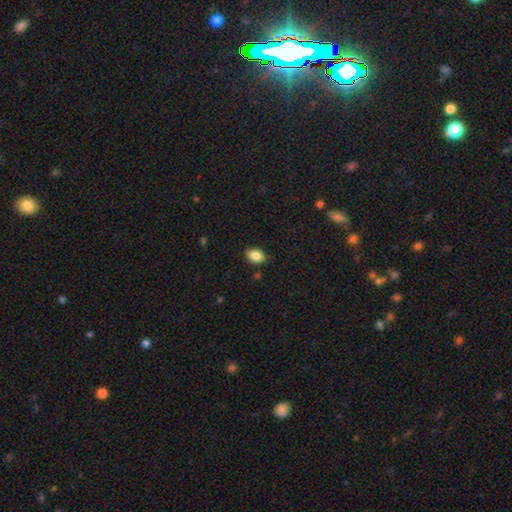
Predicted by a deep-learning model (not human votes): Morphology: type=smooth (87%); roundness=in between (82%); merging=none (85%).